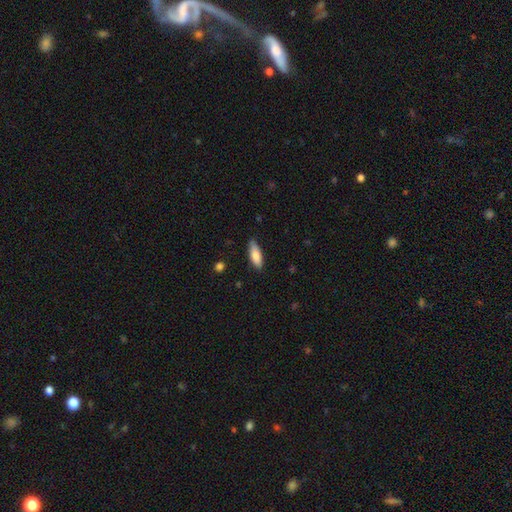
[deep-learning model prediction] A smooth galaxy with no disk features (81%) that is in between round and cigar-shaped (64%). Merging: none (83%).